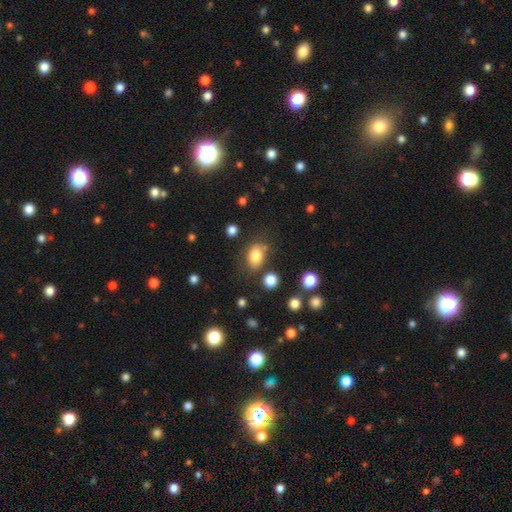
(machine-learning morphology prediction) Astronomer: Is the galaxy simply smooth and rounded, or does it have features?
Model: smooth — 81%.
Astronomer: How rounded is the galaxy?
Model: in between — 73%.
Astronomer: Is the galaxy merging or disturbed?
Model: none — 68%.